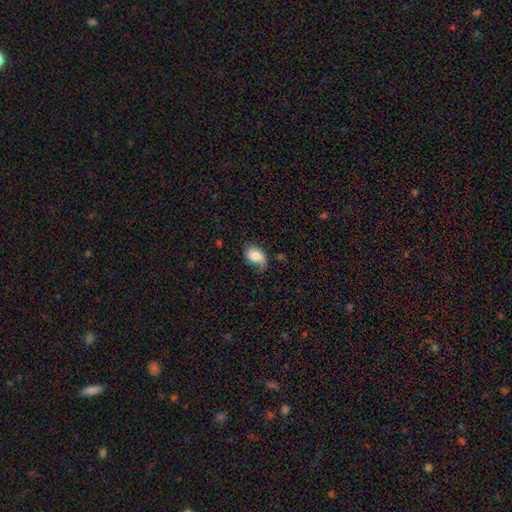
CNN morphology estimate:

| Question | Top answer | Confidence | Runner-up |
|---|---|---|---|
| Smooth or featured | smooth | 72% | featured or disk (20%) |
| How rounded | in between | 86% | round (13%) |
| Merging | none | 47% | minor disturbance (35%) |